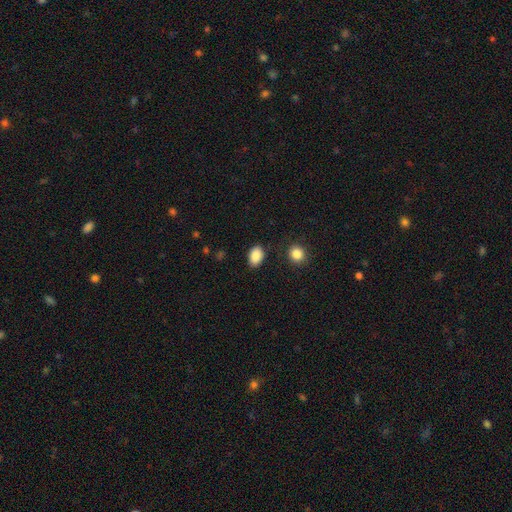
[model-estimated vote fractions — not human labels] Smooth or featured? smooth (88%)
How rounded? in between (84%)
Merging? none (85%)